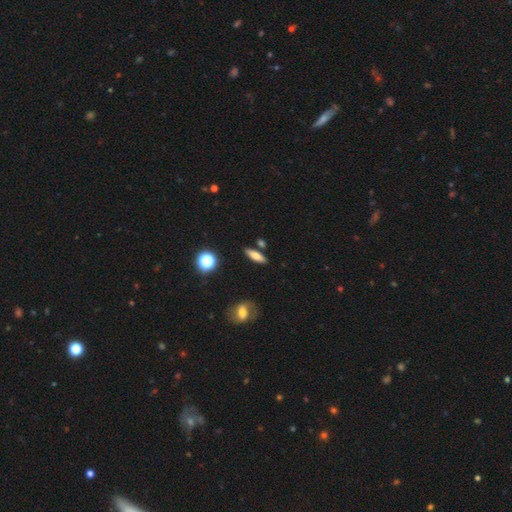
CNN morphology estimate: A smooth galaxy with no disk features (66%) that is cigar-shaped (57%). Merging: none (83%).